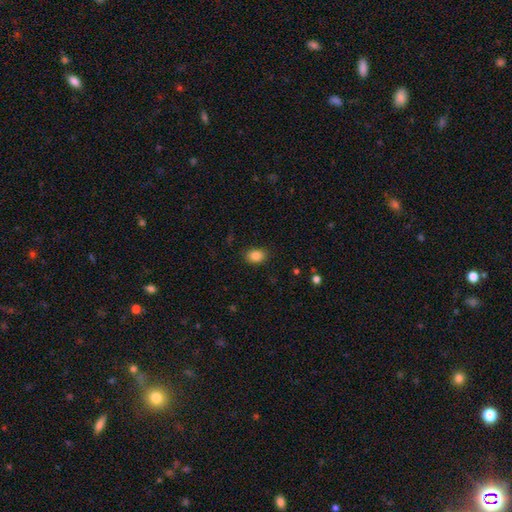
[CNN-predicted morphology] Smooth or featured?
  - smooth: 87% *
  - star or artifact: 9%
  - featured or disk: 4%
How rounded?
  - in between: 72% *
  - round: 27%
  - cigar-shaped: 1%
Merging?
  - none: 87% *
  - minor disturbance: 9%
  - major disturbance: 2%
  - merger: 1%